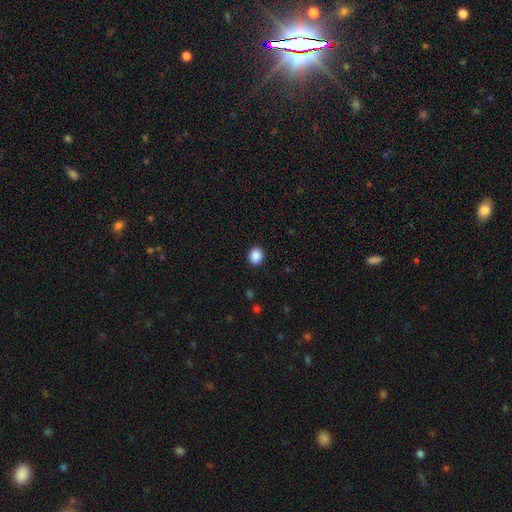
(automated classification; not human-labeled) Overall: smooth (88%). How rounded: round (78%). Merging: none (92%).